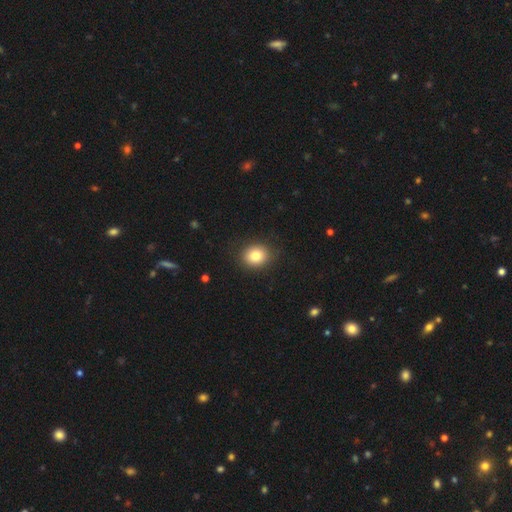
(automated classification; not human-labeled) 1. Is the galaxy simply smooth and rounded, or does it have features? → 82% smooth, 10% star or artifact, 8% featured or disk.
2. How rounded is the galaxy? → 64% round, 35% in between, 1% cigar-shaped.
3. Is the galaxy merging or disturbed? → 88% none, 8% minor disturbance, 3% major disturbance, 1% merger.